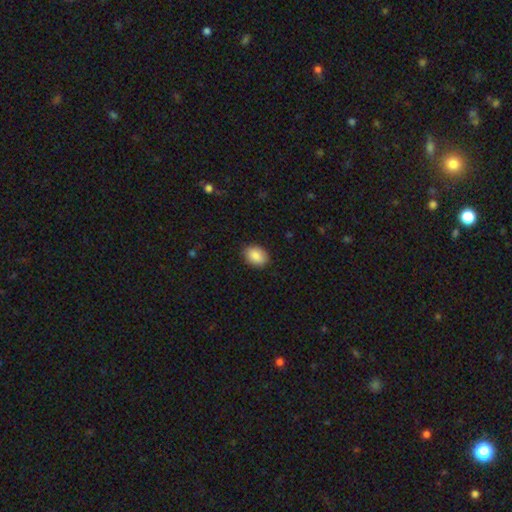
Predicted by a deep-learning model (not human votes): Morphology: type=smooth (88%); roundness=in between (80%); merging=none (87%).